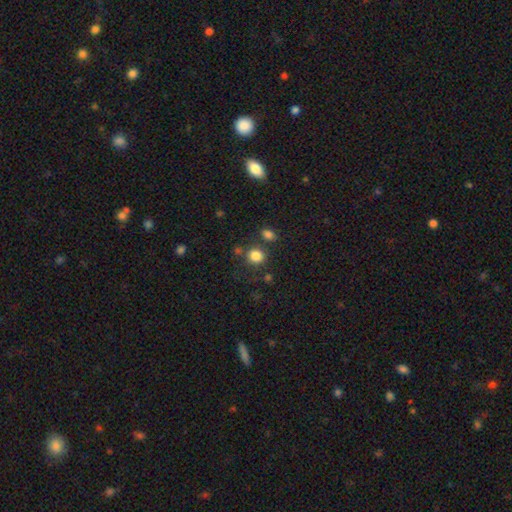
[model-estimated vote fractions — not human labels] Q: Smooth or featured?
A: smooth (83%); runner-up: star or artifact (12%)
Q: How rounded?
A: round (84%); runner-up: in between (16%)
Q: Merging?
A: none (75%); runner-up: merger (11%)